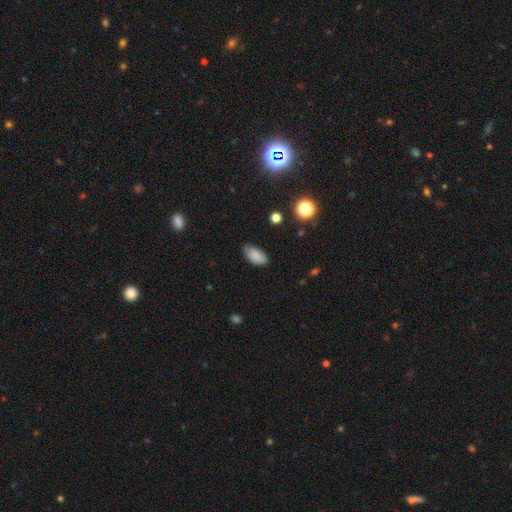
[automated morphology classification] smooth_or_featured: smooth (p=0.83) [alt: star or artifact p=0.08]
how_rounded: in between (p=0.94) [alt: round p=0.04]
merging: none (p=0.71) [alt: minor disturbance p=0.23]